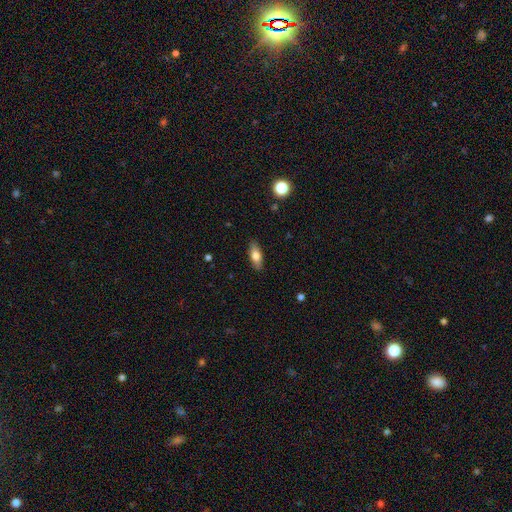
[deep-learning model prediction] A smooth galaxy with no disk features (73%) that is in between round and cigar-shaped (74%). Merging: none (88%).